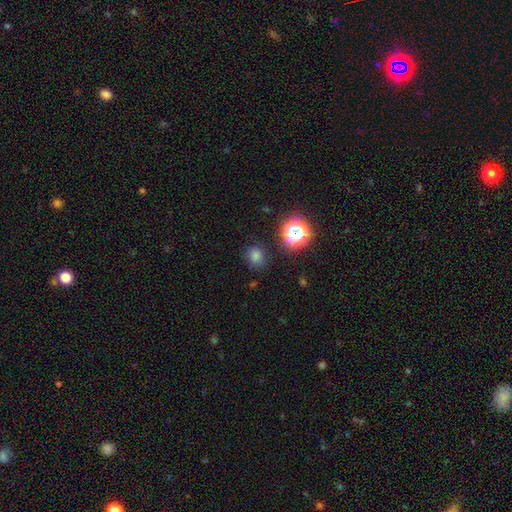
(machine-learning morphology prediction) Smooth or featured?
  - smooth: 69% *
  - star or artifact: 26%
  - featured or disk: 6%
How rounded?
  - round: 69% *
  - in between: 30%
  - cigar-shaped: 1%
Merging?
  - none: 83% *
  - minor disturbance: 11%
  - major disturbance: 3%
  - merger: 3%